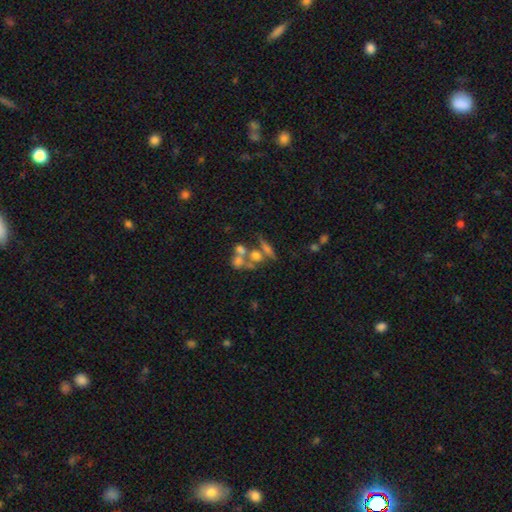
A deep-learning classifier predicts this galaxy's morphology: Smooth or featured: smooth — 47% (featured or disk — 37%)
Merging: merger — 49% (none — 32%)